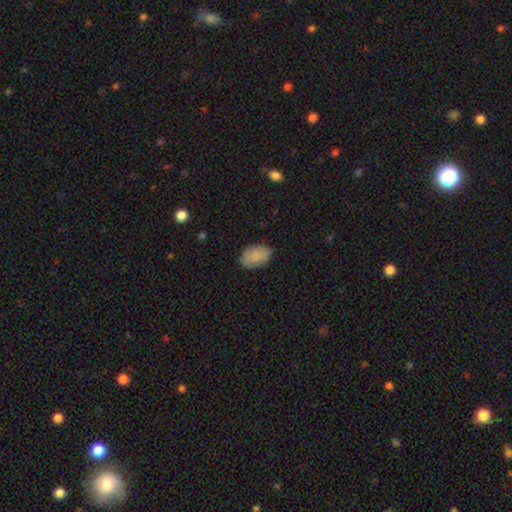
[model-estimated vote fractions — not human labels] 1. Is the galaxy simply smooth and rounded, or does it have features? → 87% smooth, 7% star or artifact, 6% featured or disk.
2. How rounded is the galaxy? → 90% in between, 8% round, 1% cigar-shaped.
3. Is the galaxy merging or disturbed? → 83% none, 13% minor disturbance, 3% major disturbance, 1% merger.